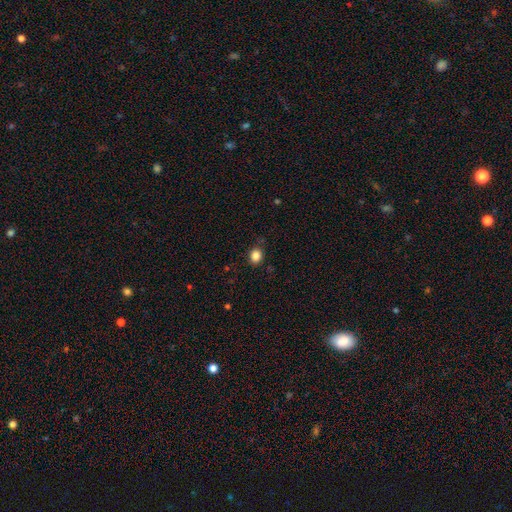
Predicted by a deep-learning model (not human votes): Q: Smooth or featured?
A: smooth (84%); runner-up: star or artifact (11%)
Q: How rounded?
A: round (60%); runner-up: in between (39%)
Q: Merging?
A: none (82%); runner-up: minor disturbance (13%)